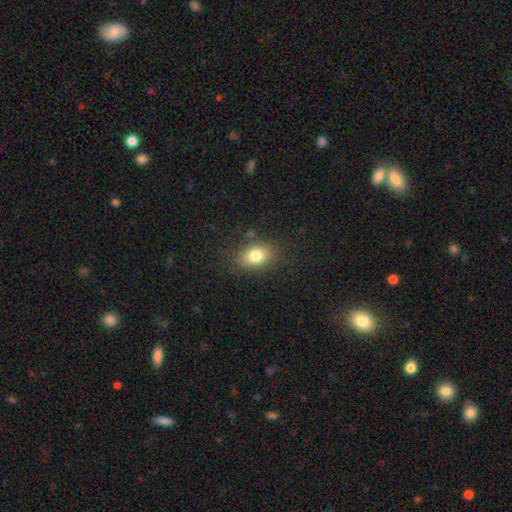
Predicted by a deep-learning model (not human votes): Morphology: type=smooth (79%); roundness=in between (75%); merging=none (81%).